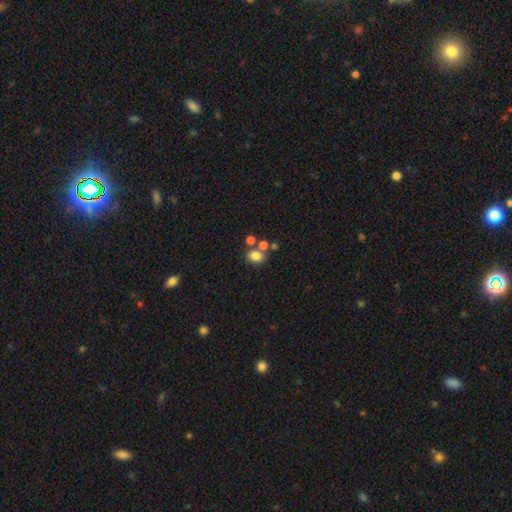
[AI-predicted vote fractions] Overall: smooth (78%). How rounded: in between (52%; round 47%). Merging: none (55%; merger 29%).